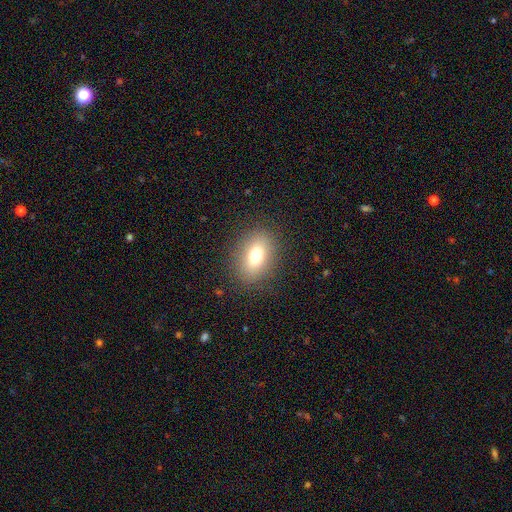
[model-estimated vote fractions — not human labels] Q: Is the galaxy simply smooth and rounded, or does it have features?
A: smooth — 75%.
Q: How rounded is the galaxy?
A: in between — 75%.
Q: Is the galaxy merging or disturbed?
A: none — 86%.